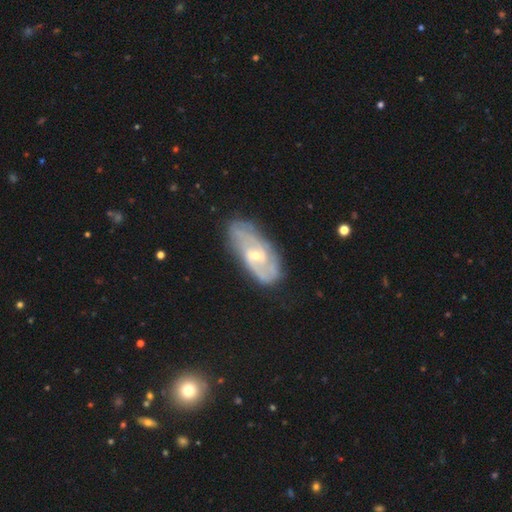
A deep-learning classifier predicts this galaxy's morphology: The model was most divided on "spiral winding": medium: 42%, tight: 40%, loose: 18%. Remaining: edge-on disk — no (92%); spiral arms — yes (89%); smooth or featured — featured or disk (79%); merging — none (71%); bulge size — small (60%); spiral arm count — 2 (51%); bar — weak (47%).